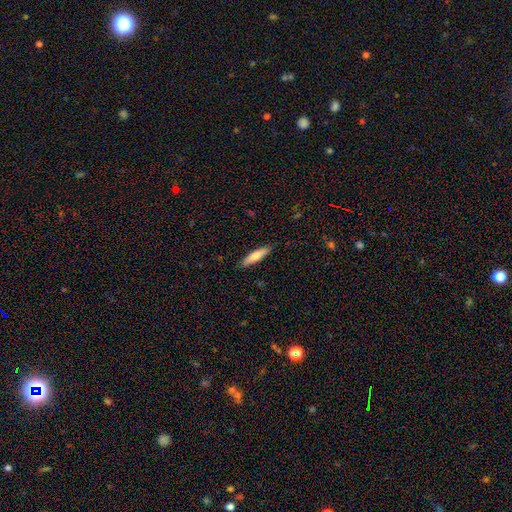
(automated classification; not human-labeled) Smooth or featured: smooth — 69% (featured or disk — 25%)
How rounded: cigar-shaped — 76% (in between — 22%)
Merging: none — 88% (minor disturbance — 9%)